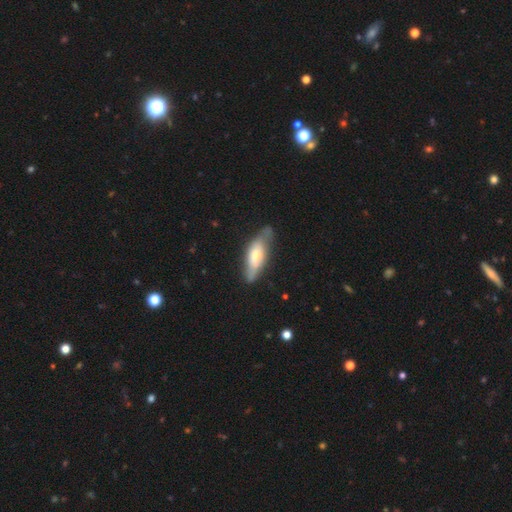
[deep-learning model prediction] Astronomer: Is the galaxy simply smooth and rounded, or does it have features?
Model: smooth — 49% (runner-up: featured or disk, 46%).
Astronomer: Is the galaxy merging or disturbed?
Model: none — 63%.